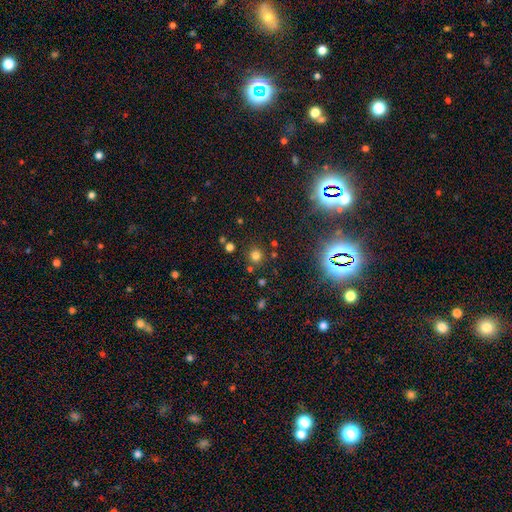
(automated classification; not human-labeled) smooth 73%, star or artifact 21%, featured or disk 6%. Down the decision tree: how rounded — round (93%); merging — none (84%).